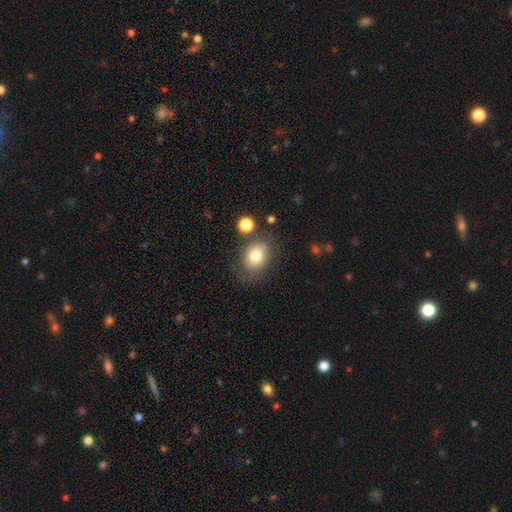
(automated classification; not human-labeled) Smooth or featured? Predicted: smooth (p=0.79). How rounded? Predicted: in between (p=0.59). Merging? Predicted: none (p=0.71).